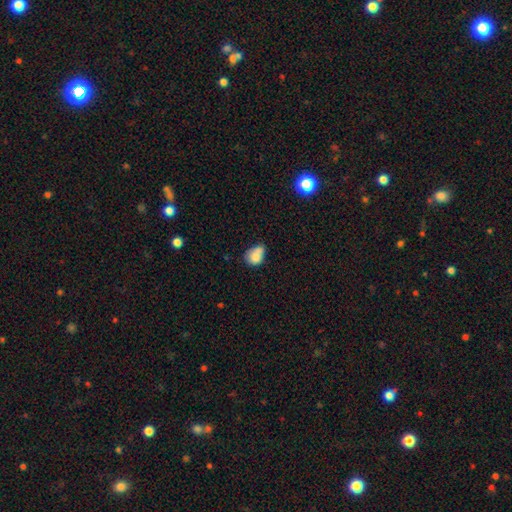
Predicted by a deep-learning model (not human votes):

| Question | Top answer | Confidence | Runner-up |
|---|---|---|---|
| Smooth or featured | smooth | 78% | featured or disk (13%) |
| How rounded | in between | 56% | round (42%) |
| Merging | merger | 37% | none (31%) |